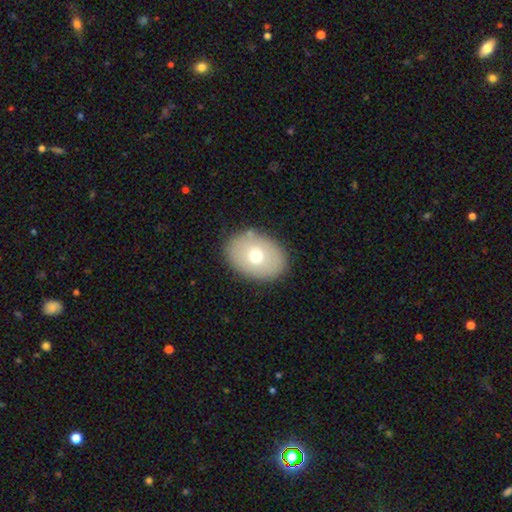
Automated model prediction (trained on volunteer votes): Smooth or featured? smooth (70%)
How rounded? in between (70%)
Merging? none (87%)